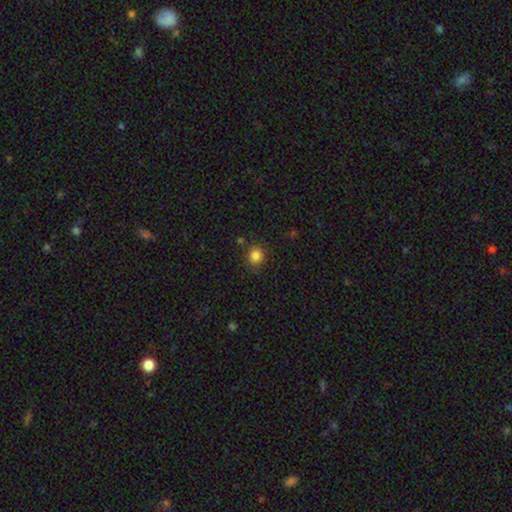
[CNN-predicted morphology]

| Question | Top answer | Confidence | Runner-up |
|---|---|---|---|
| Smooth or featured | smooth | 84% | star or artifact (12%) |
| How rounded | round | 84% | in between (15%) |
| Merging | none | 83% | minor disturbance (10%) |